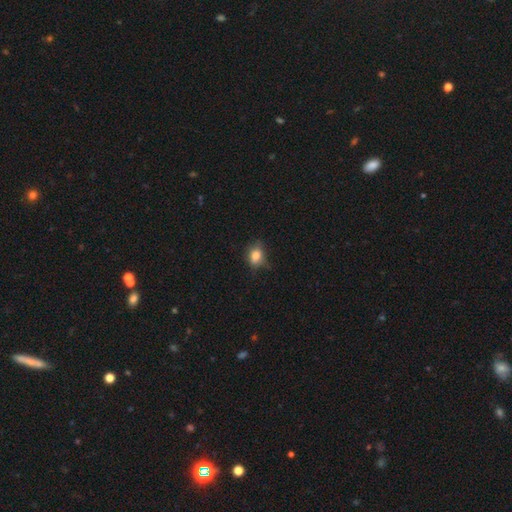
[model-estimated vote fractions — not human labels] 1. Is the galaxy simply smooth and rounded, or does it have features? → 81% smooth, 10% star or artifact, 9% featured or disk.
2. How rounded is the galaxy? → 60% in between, 38% round, 2% cigar-shaped.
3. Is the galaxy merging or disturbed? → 65% none, 27% minor disturbance, 6% major disturbance, 2% merger.